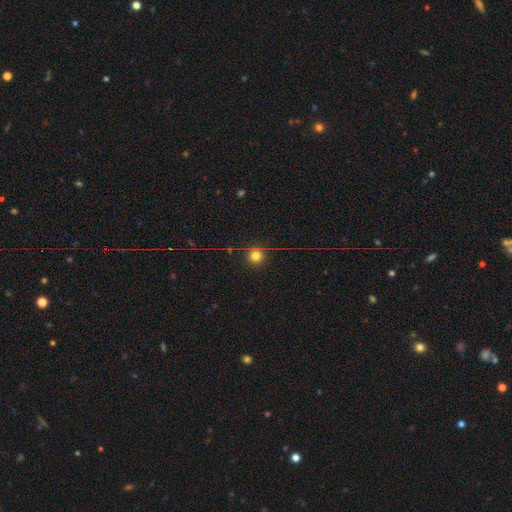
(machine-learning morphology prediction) This appears to be a smooth galaxy with no disk features (73%) that is round (94%). Merging: none (88%).